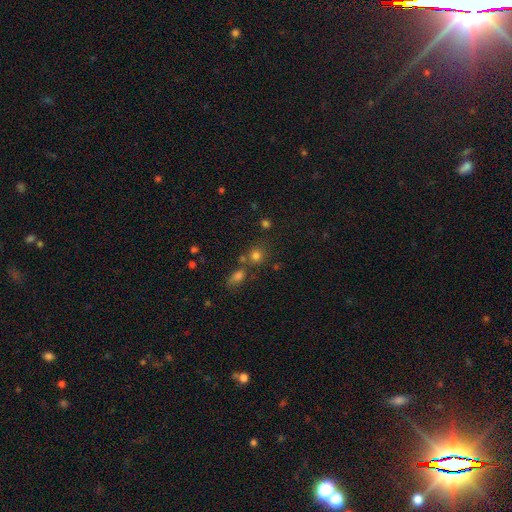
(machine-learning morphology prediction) A smooth galaxy with no disk features (71%) that is round (82%).

Vote fractions:
- Smooth or featured? smooth: 71% / star or artifact: 21% / featured or disk: 8%
- How rounded? round: 82% / in between: 16% / cigar-shaped: 1%
- Merging? none: 64% / merger: 22% / minor disturbance: 10% / major disturbance: 4%